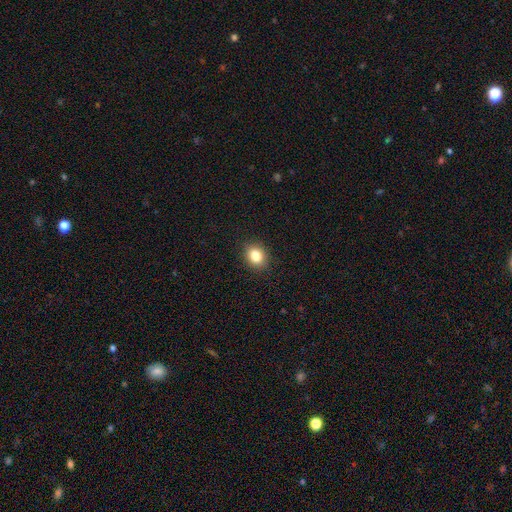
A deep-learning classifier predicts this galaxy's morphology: This appears to be a smooth galaxy with no disk features (83%) that is round (56%). Merging: none (90%).